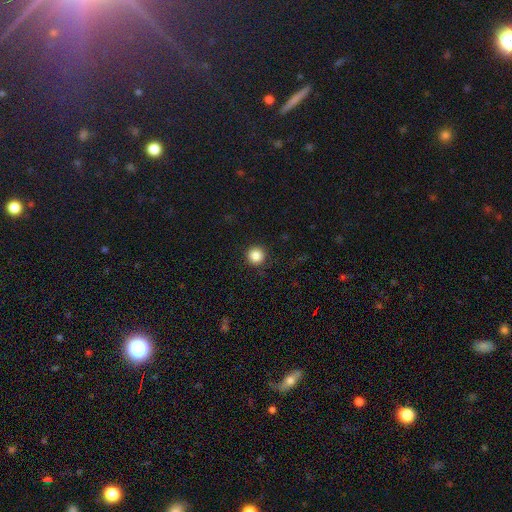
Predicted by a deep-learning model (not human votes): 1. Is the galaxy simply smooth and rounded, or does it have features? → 87% smooth, 10% star or artifact, 3% featured or disk.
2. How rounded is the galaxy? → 96% round, 3% in between, 1% cigar-shaped.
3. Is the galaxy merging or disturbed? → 92% none, 5% minor disturbance, 2% major disturbance, 1% merger.